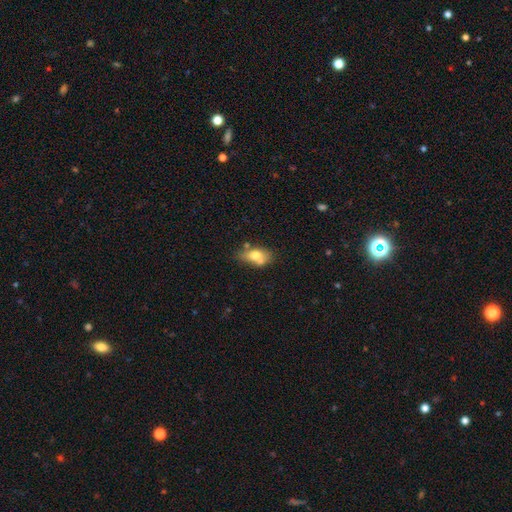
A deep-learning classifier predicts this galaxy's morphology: This appears to be a smooth galaxy with no disk features (69%) that is in between round and cigar-shaped (82%). Merging: none (47%).